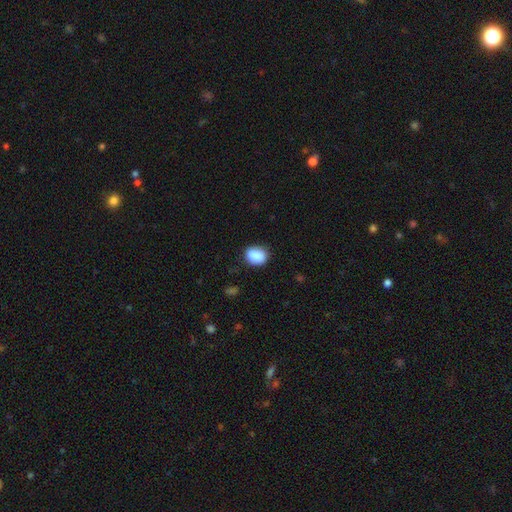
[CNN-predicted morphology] The model was most divided on "how rounded": in between: 62%, round: 36%, cigar-shaped: 1%. More confident: smooth or featured — smooth (89%); merging — none (83%).